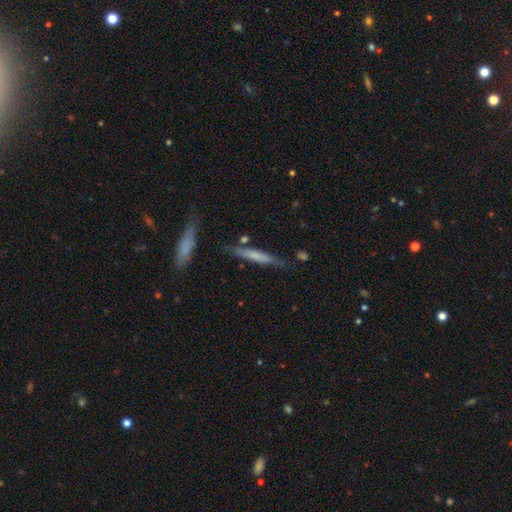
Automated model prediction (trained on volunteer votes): This is possibly a smooth galaxy (57%). How rounded: clearly cigar-shaped (93%). Merging: likely none (73%).